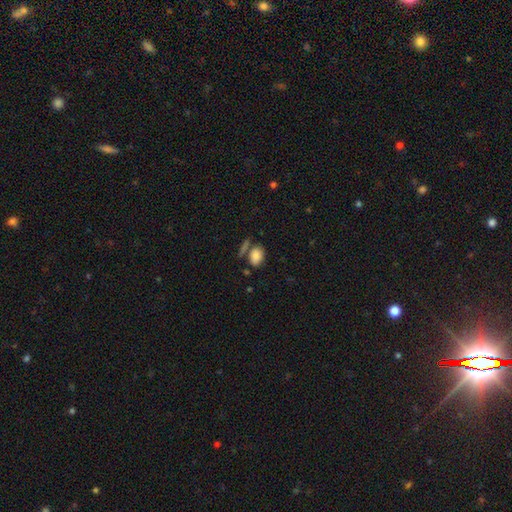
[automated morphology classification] A smooth galaxy with no disk features (84%) that is in between round and cigar-shaped (84%). Merging: none (61%).